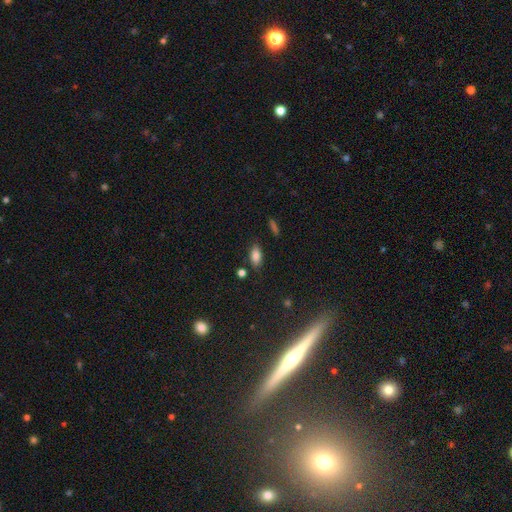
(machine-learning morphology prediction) Overall: smooth (81%). How rounded: in between (87%). Merging: none (81%).